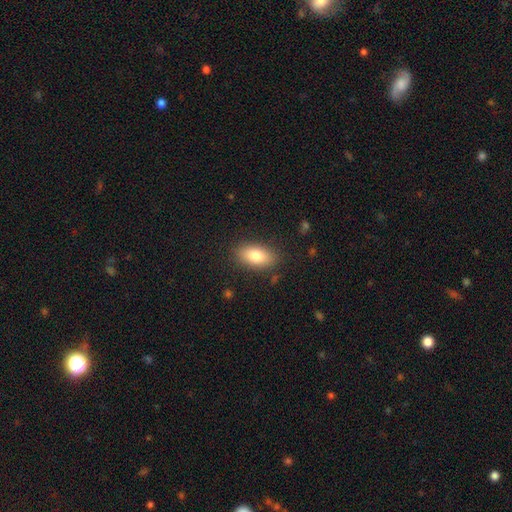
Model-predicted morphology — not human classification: Smooth or featured? Predicted: smooth (p=0.79). How rounded? Predicted: in between (p=0.89). Merging? Predicted: none (p=0.85).